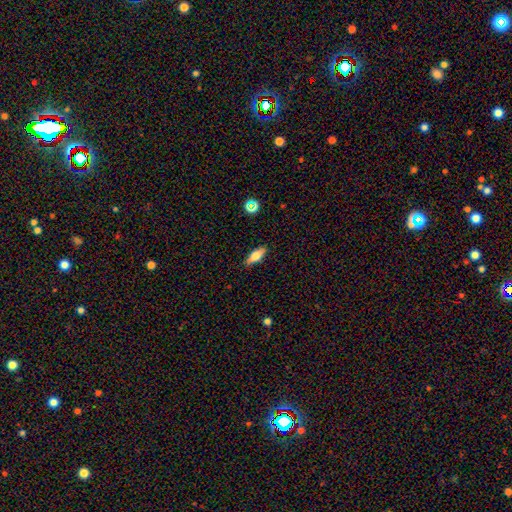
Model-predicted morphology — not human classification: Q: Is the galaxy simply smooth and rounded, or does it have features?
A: smooth — 70%.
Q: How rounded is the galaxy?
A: in between — 65%.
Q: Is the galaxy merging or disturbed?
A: none — 87%.